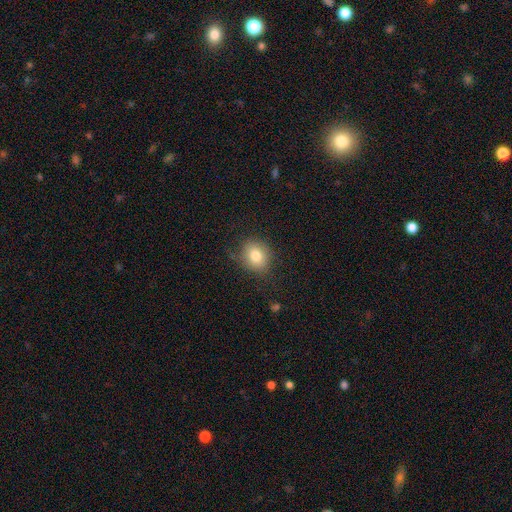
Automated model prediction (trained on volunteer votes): A smooth galaxy with no disk features (78%) that is round (71%).

Vote fractions:
- Smooth or featured? smooth: 78% / featured or disk: 11% / star or artifact: 11%
- How rounded? round: 71% / in between: 28% / cigar-shaped: 1%
- Merging? none: 76% / minor disturbance: 17% / major disturbance: 6% / merger: 1%